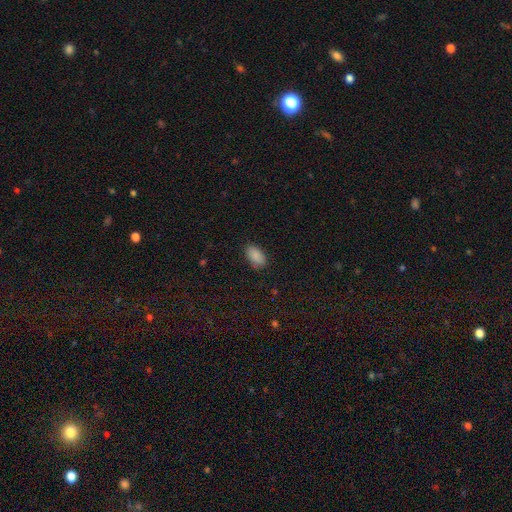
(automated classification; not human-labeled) Smooth or featured? smooth (89%)
How rounded? in between (94%)
Merging? none (83%)